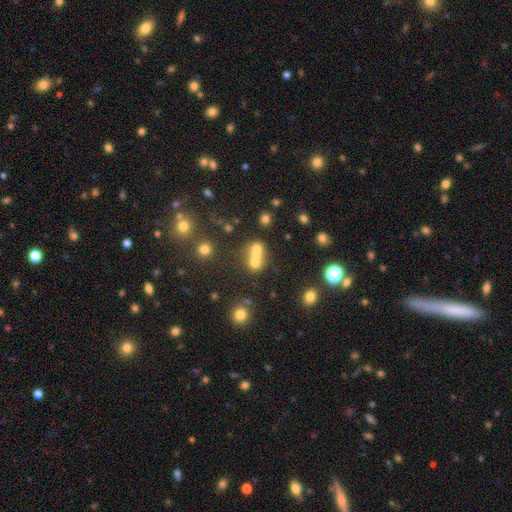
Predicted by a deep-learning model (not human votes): Smooth or featured?
  - smooth: 58% *
  - featured or disk: 22%
  - star or artifact: 20%
How rounded?
  - round: 66% *
  - in between: 32%
  - cigar-shaped: 2%
Merging?
  - merger: 60% *
  - none: 28%
  - minor disturbance: 7%
  - major disturbance: 5%